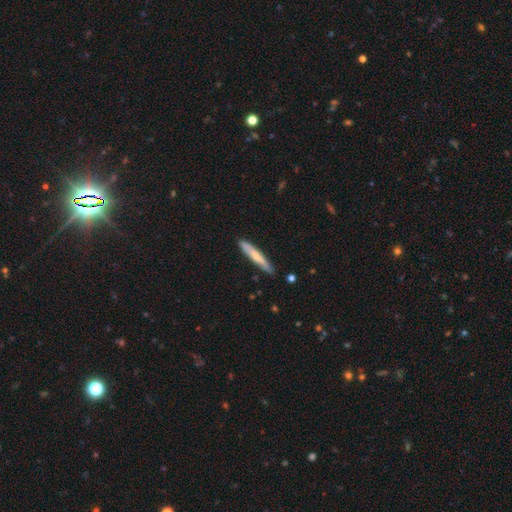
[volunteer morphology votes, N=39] This is possibly a smooth galaxy (54%). How rounded: clearly cigar-shaped (100%). Merging: clearly none (85%).